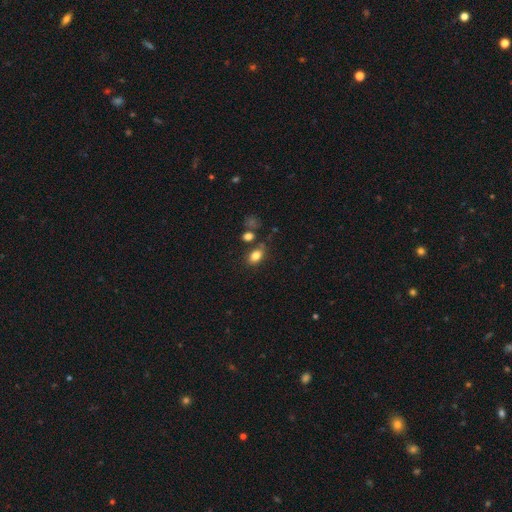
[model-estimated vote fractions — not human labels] Q: Smooth or featured?
A: smooth (81%); runner-up: star or artifact (11%)
Q: How rounded?
A: in between (80%); runner-up: round (18%)
Q: Merging?
A: none (69%); runner-up: minor disturbance (15%)